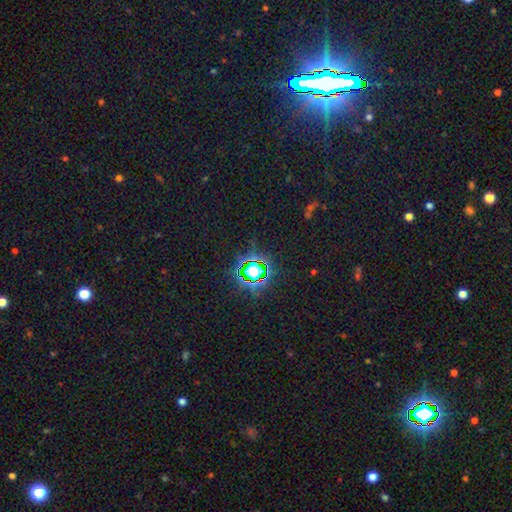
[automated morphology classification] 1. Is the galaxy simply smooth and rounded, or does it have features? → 77% star or artifact, 14% smooth, 9% featured or disk.